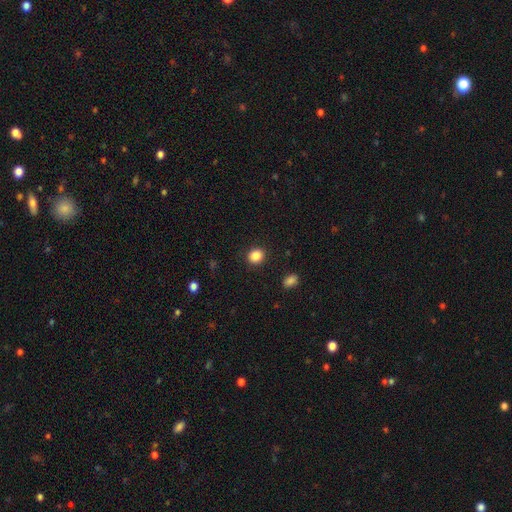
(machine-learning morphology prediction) A smooth galaxy with no disk features (87%) that is round (70%).

Vote fractions:
- Smooth or featured? smooth: 87% / star or artifact: 10% / featured or disk: 3%
- How rounded? round: 70% / in between: 30% / cigar-shaped: 1%
- Merging? none: 90% / minor disturbance: 7% / major disturbance: 2% / merger: 1%